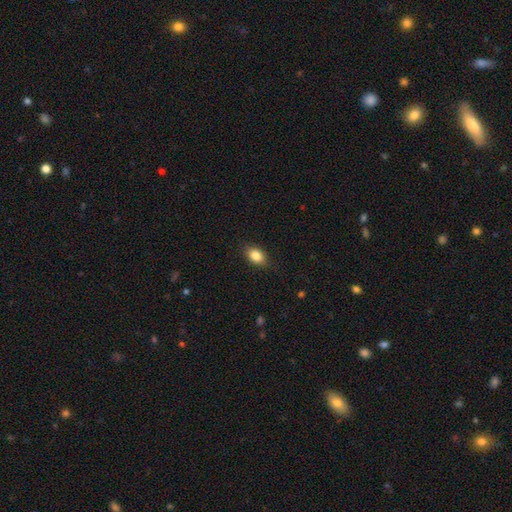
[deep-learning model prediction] Overall: smooth (84%). How rounded: in between (77%). Merging: none (84%).